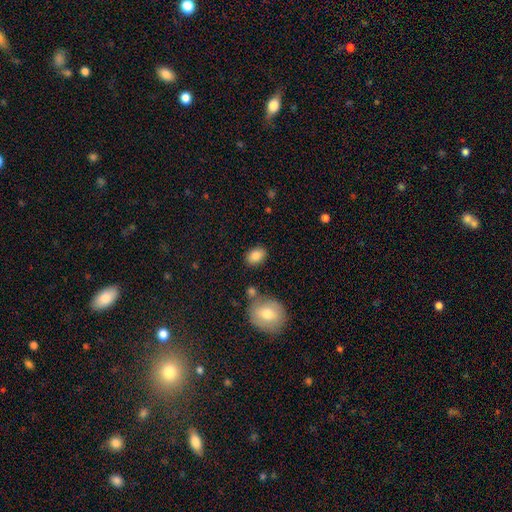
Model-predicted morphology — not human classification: smooth_or_featured: smooth (p=0.84) [alt: star or artifact p=0.08]
how_rounded: in between (p=0.76) [alt: round p=0.23]
merging: none (p=0.81) [alt: minor disturbance p=0.11]